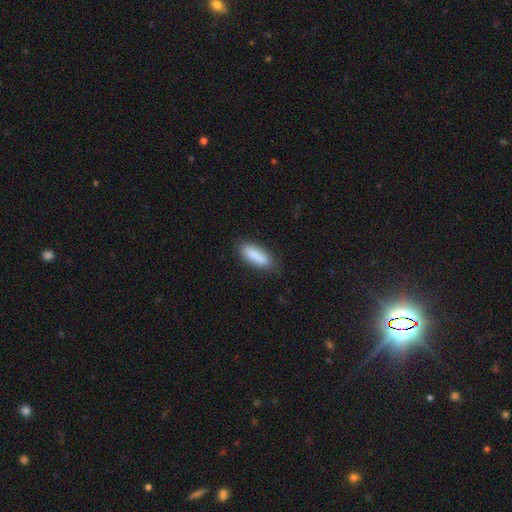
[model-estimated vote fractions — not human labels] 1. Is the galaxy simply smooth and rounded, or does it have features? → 86% smooth, 8% featured or disk, 6% star or artifact.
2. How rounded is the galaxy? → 57% in between, 41% cigar-shaped, 2% round.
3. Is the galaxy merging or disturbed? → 80% none, 15% minor disturbance, 3% major disturbance, 2% merger.